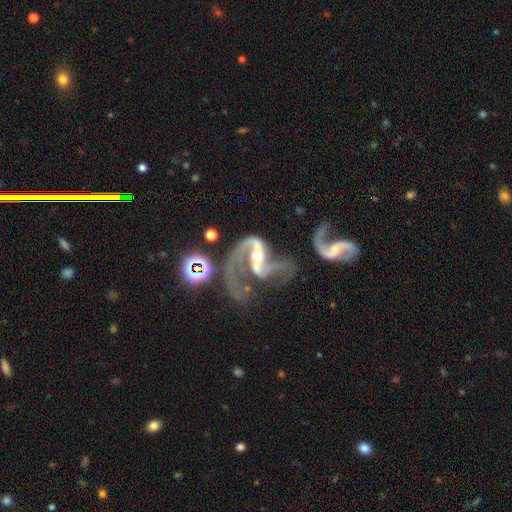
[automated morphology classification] The model was most divided on "bar": weak: 37%, strong: 34%, no: 28%. Remaining: edge-on disk — no (97%); spiral arms — yes (94%); smooth or featured — featured or disk (88%); spiral arm count — 2 (77%); bulge size — moderate (60%); spiral winding — loose (58%); merging — major disturbance (39%).